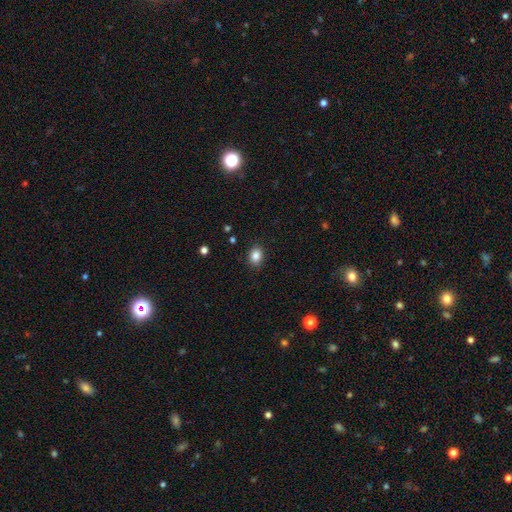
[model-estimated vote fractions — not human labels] Smooth or featured? Predicted: smooth (p=0.85). How rounded? Predicted: in between (p=0.60). Merging? Predicted: none (p=0.88).